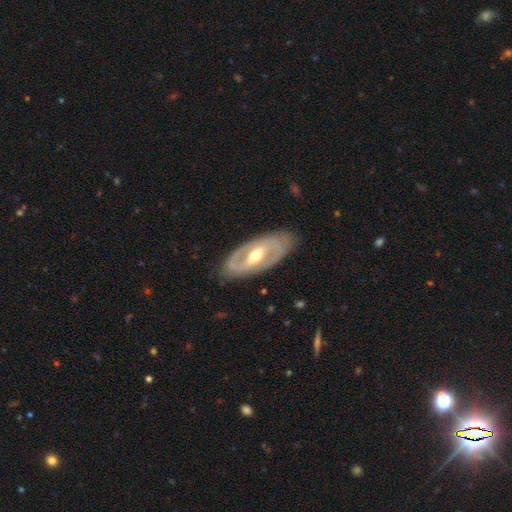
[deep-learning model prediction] smooth_or_featured: featured or disk (p=0.82) [alt: smooth p=0.13]
disk_edge_on: no (p=0.92) [alt: yes p=0.08]
bar: strong (p=0.42) [alt: weak p=0.36]
has_spiral_arms: yes (p=0.79) [alt: no p=0.21]
spiral_winding: medium (p=0.45) [alt: tight p=0.37]
spiral_arm_count: 2 (p=0.83) [alt: can't tell p=0.09]
bulge_size: moderate (p=0.68) [alt: small p=0.26]
merging: none (p=0.82) [alt: minor disturbance p=0.13]